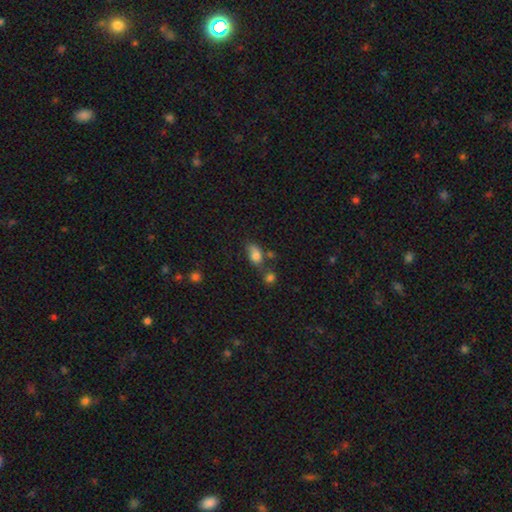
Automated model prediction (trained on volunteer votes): smooth 77%, star or artifact 11%, featured or disk 11%. Down the decision tree: how rounded — in between (78%); merging — none (44%).